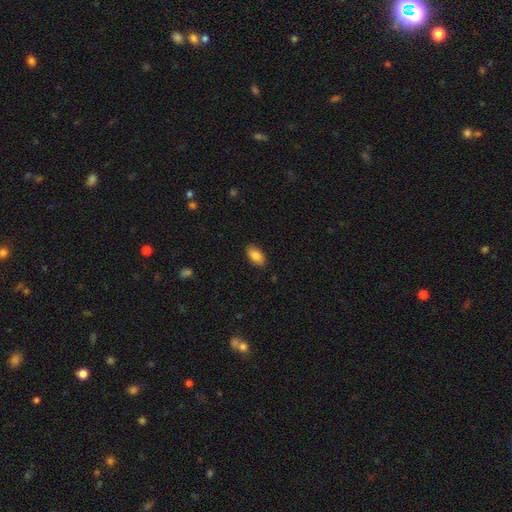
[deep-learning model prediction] Overall: smooth (85%). How rounded: in between (93%). Merging: none (88%).